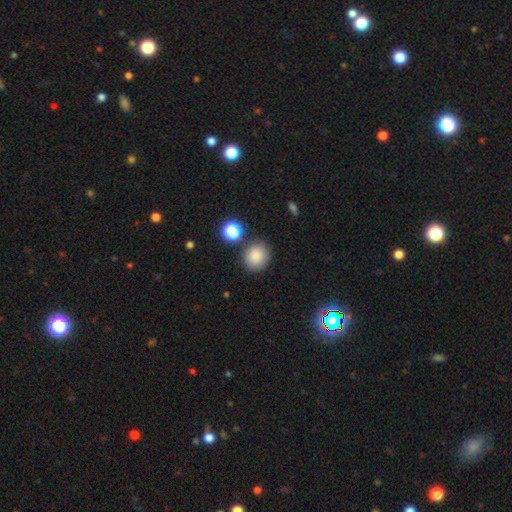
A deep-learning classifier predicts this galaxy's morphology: Smooth or featured? Predicted: smooth (p=0.85). How rounded? Predicted: round (p=0.84). Merging? Predicted: none (p=0.81).